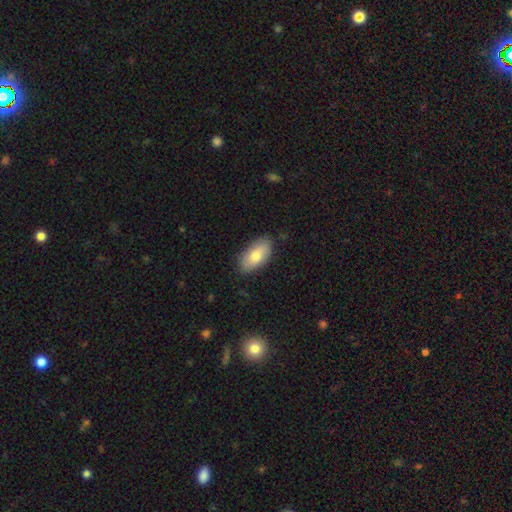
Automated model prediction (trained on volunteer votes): Q: Smooth or featured?
A: smooth (77%); runner-up: featured or disk (17%)
Q: How rounded?
A: in between (92%); runner-up: cigar-shaped (5%)
Q: Merging?
A: none (85%); runner-up: minor disturbance (12%)